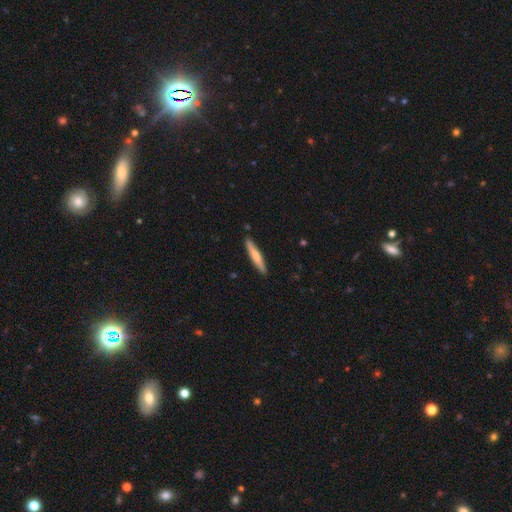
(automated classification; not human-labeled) Overall: smooth (68%). How rounded: cigar-shaped (92%). Merging: none (87%).